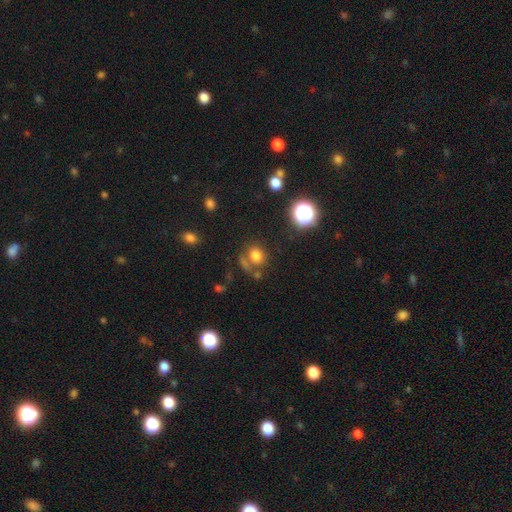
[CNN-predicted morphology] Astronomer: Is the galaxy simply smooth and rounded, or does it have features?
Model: smooth — 73%.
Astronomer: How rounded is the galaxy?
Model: round — 69%.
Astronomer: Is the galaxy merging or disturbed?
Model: none — 63%.